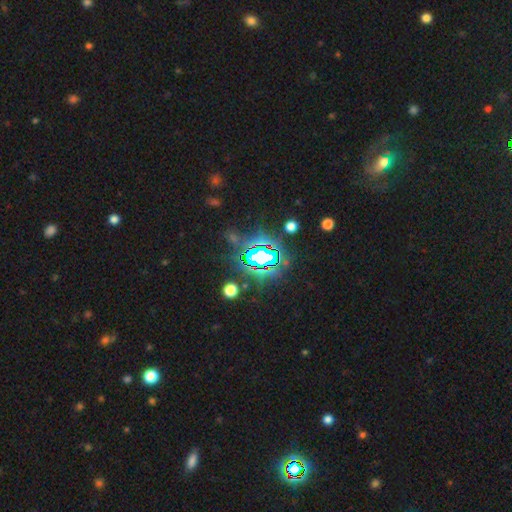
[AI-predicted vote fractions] smooth_or_featured: star or artifact (p=0.76) [alt: smooth p=0.14]